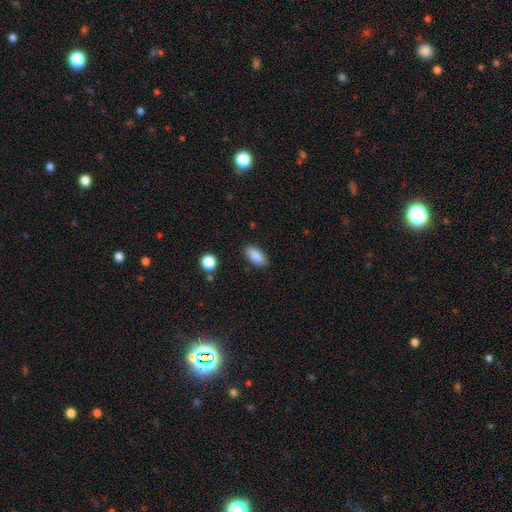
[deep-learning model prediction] Smooth or featured?
  - smooth: 88% *
  - star or artifact: 7%
  - featured or disk: 4%
How rounded?
  - in between: 88% *
  - cigar-shaped: 10%
  - round: 3%
Merging?
  - none: 86% *
  - minor disturbance: 10%
  - major disturbance: 2%
  - merger: 2%